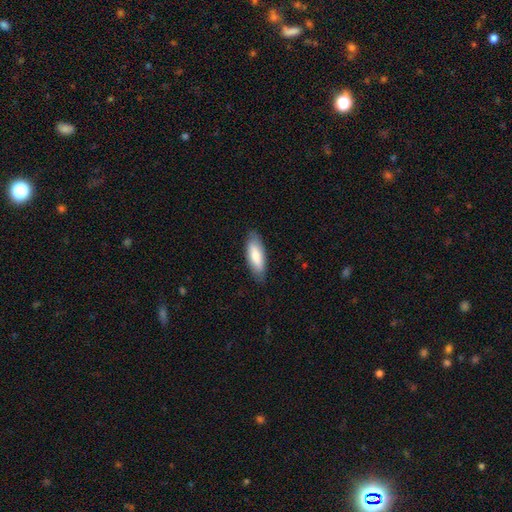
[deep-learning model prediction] Smooth or featured? smooth (78%)
How rounded? in between (66%)
Merging? none (84%)